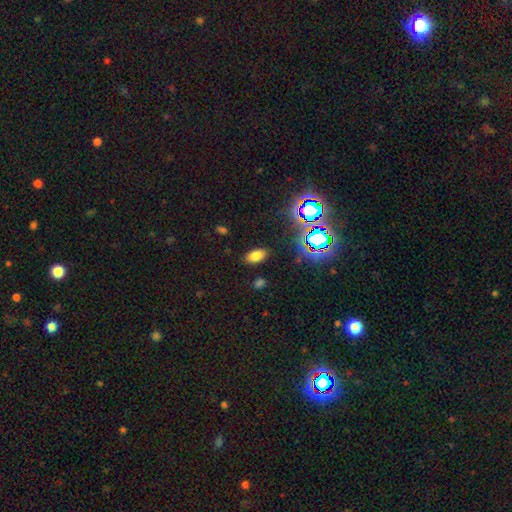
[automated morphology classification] Overall: smooth (72%). How rounded: in between (91%). Merging: none (87%).